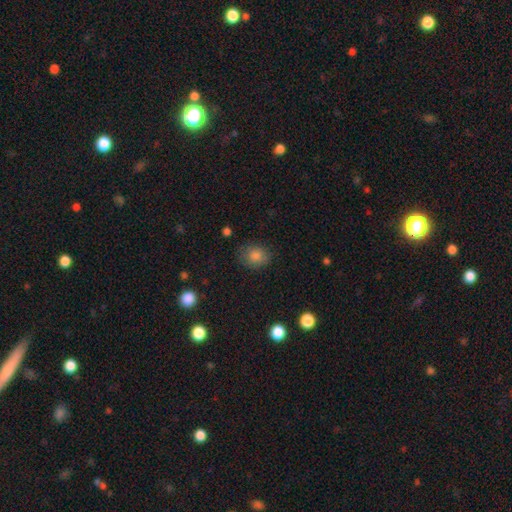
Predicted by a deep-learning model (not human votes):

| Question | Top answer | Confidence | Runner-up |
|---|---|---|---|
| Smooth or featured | smooth | 81% | star or artifact (12%) |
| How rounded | round | 64% | in between (35%) |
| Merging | none | 82% | minor disturbance (13%) |